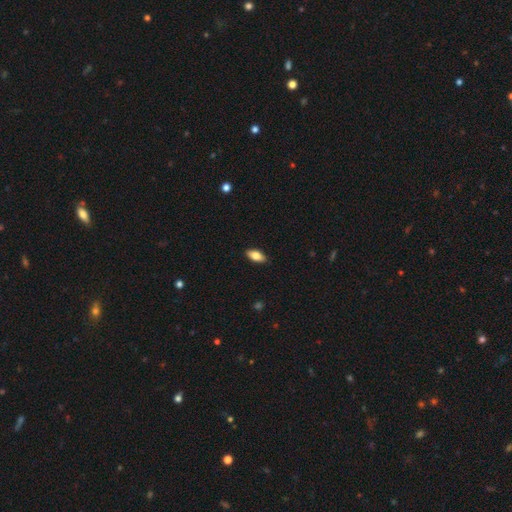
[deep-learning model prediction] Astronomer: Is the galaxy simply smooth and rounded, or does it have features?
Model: smooth — 80%.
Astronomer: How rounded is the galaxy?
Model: in between — 88%.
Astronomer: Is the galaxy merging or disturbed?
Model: none — 89%.